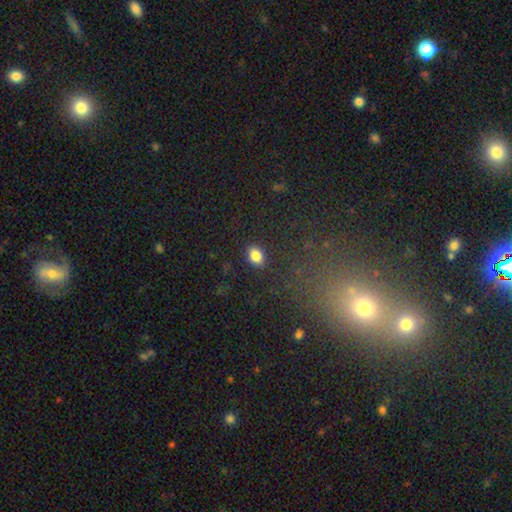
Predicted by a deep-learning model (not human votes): smooth-or-featured: smooth: 83% | star or artifact: 10% | featured or disk: 7%
  how-rounded: in between: 76% | round: 23% | cigar-shaped: 2%
  merging: none: 86% | minor disturbance: 10% | major disturbance: 3% | merger: 1%